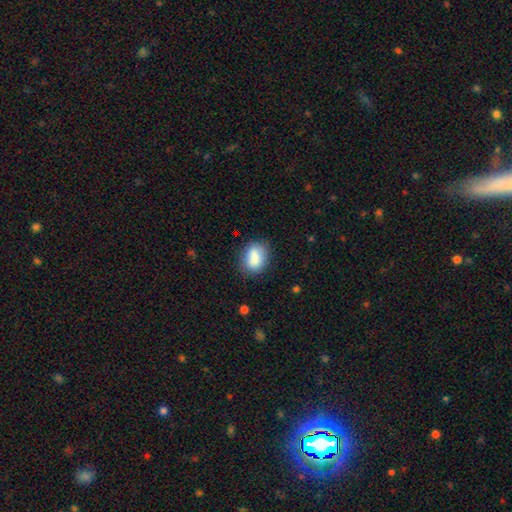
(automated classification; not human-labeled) Smooth or featured: smooth — 84% (featured or disk — 8%)
How rounded: in between — 76% (round — 23%)
Merging: none — 74% (minor disturbance — 19%)